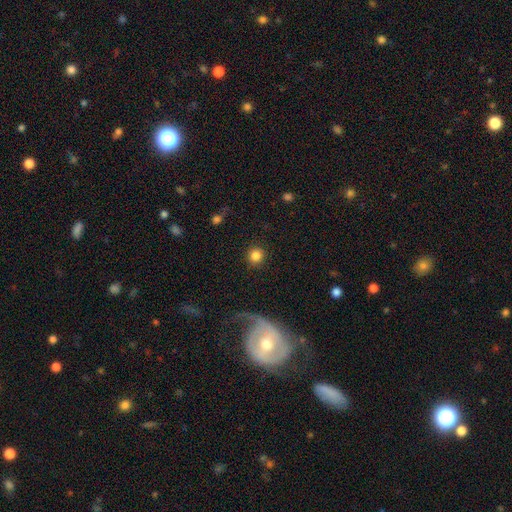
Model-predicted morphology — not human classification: smooth-or-featured: smooth: 83% | star or artifact: 10% | featured or disk: 7%
  how-rounded: round: 94% | in between: 5% | cigar-shaped: 1%
  merging: none: 90% | minor disturbance: 5% | major disturbance: 3% | merger: 2%